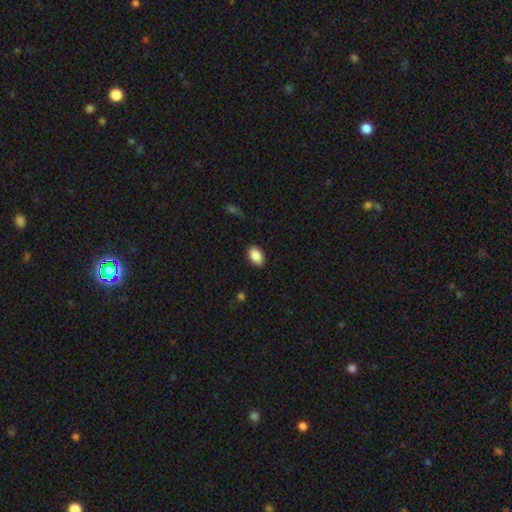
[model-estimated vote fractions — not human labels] Smooth or featured?
  - smooth: 89% *
  - star or artifact: 7%
  - featured or disk: 4%
How rounded?
  - in between: 89% *
  - round: 10%
  - cigar-shaped: 1%
Merging?
  - none: 88% *
  - minor disturbance: 9%
  - major disturbance: 2%
  - merger: 1%